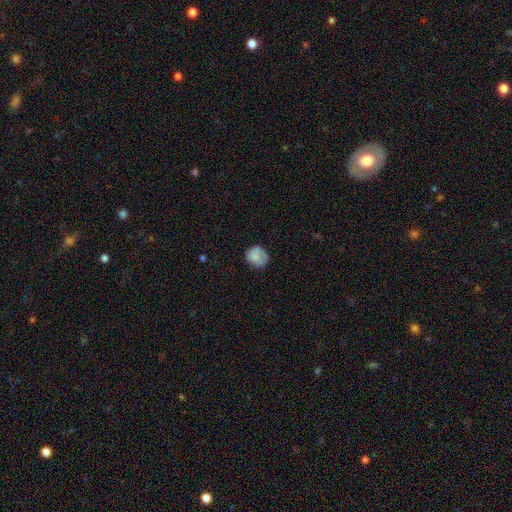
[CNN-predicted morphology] Smooth or featured? Predicted: smooth (p=0.80). How rounded? Predicted: round (p=0.83). Merging? Predicted: none (p=0.71).